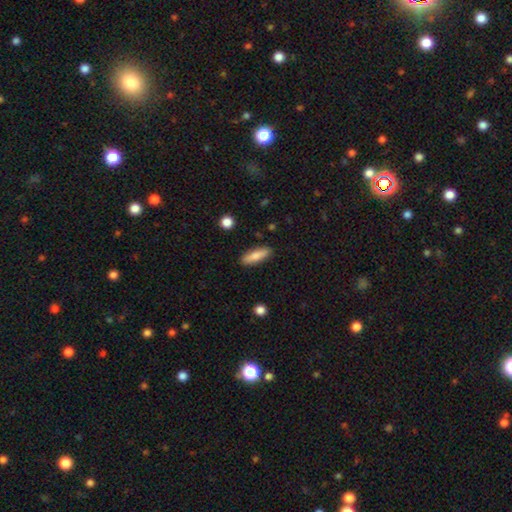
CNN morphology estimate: Smooth or featured? smooth (78%)
How rounded? cigar-shaped (57%)
Merging? none (89%)